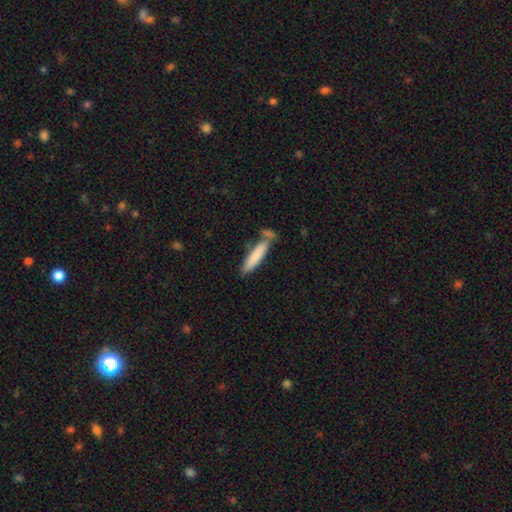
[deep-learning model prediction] smooth 81%, featured or disk 13%, star or artifact 6%. Down the decision tree: how rounded — cigar-shaped (82%); merging — none (63%).